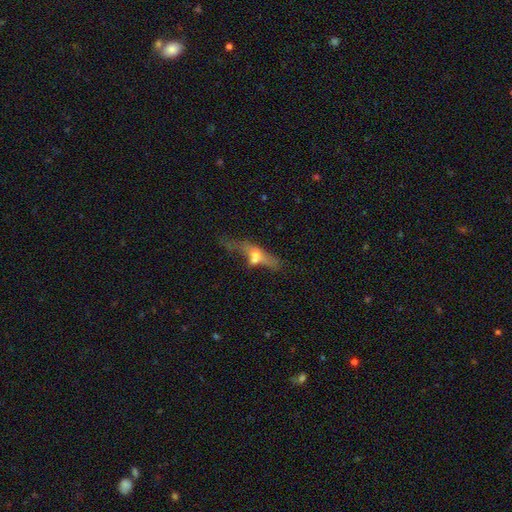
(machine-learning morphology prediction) The model was most divided on "smooth or featured": featured or disk: 48%, smooth: 42%, star or artifact: 10%. Remaining: merging — merger (39%).